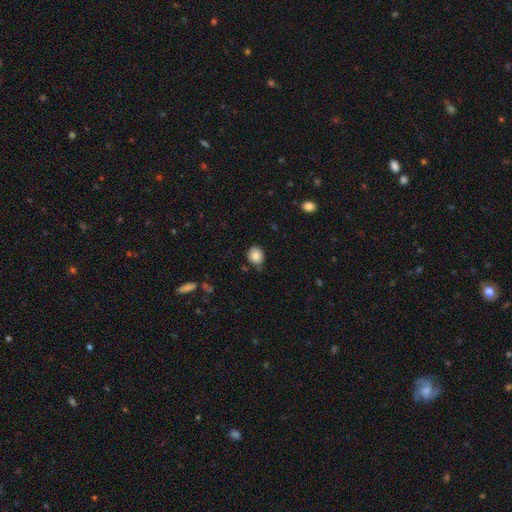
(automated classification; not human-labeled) Smooth or featured: smooth — 86% (star or artifact — 9%)
How rounded: round — 66% (in between — 33%)
Merging: none — 73% (minor disturbance — 20%)